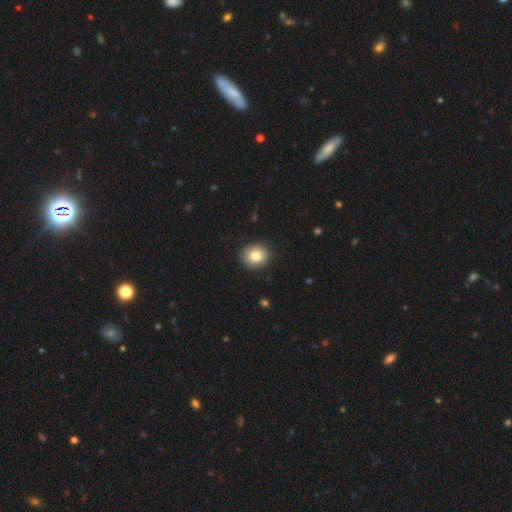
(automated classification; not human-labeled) A smooth galaxy with no disk features (84%) that is round (73%).

Vote fractions:
- Smooth or featured? smooth: 84% / star or artifact: 9% / featured or disk: 8%
- How rounded? round: 73% / in between: 26% / cigar-shaped: 1%
- Merging? none: 89% / minor disturbance: 8% / major disturbance: 2% / merger: 1%